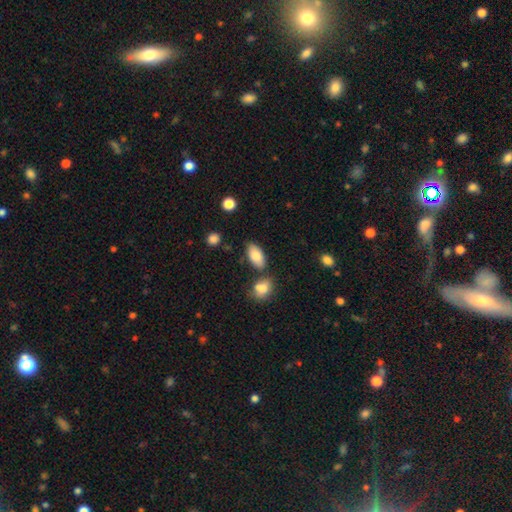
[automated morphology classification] Smooth or featured? Predicted: smooth (p=0.83). How rounded? Predicted: in between (p=0.93). Merging? Predicted: none (p=0.74).